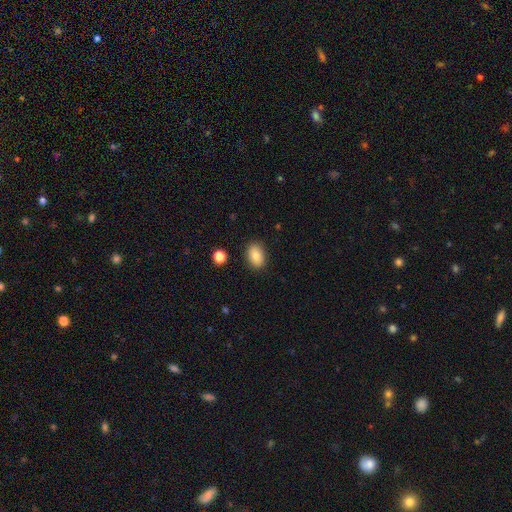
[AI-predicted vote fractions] smooth 83%, star or artifact 8%, featured or disk 8%. Down the decision tree: how rounded — in between (83%); merging — none (87%).